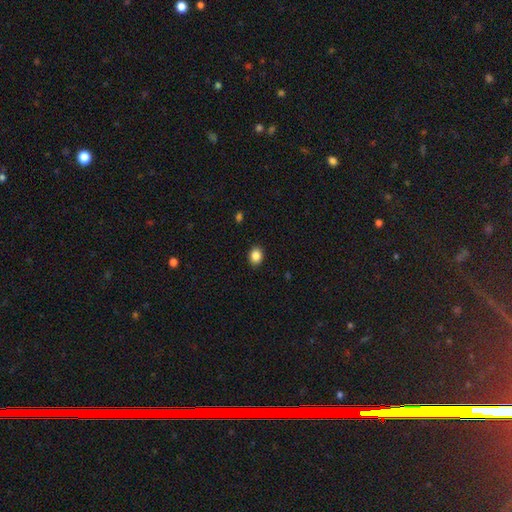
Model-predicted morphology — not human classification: smooth-or-featured: smooth: 87% | star or artifact: 9% | featured or disk: 4%
  how-rounded: in between: 56% | round: 43% | cigar-shaped: 1%
  merging: none: 90% | minor disturbance: 7% | major disturbance: 2% | merger: 1%